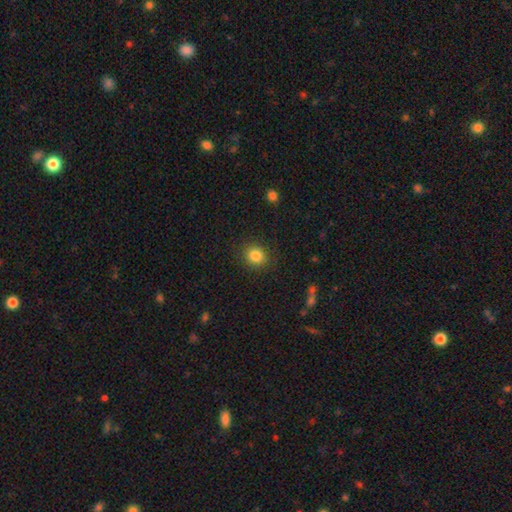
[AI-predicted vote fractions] Overall: smooth (84%). How rounded: round (81%). Merging: none (89%).